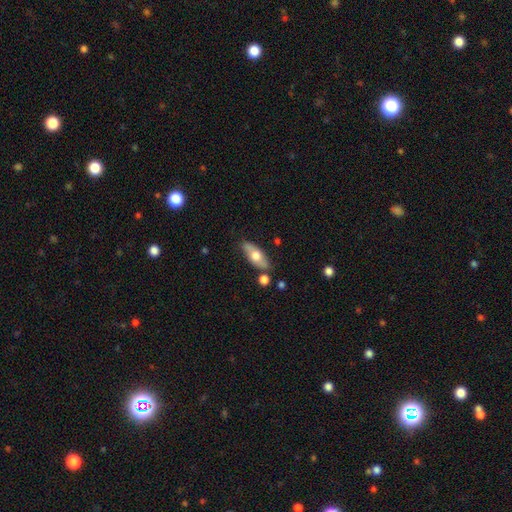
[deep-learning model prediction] Smooth or featured? smooth (58%)
How rounded? in between (76%)
Merging? none (78%)